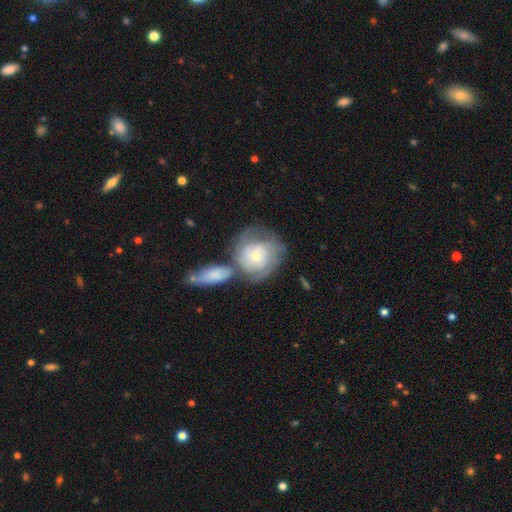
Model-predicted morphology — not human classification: smooth-or-featured: featured or disk: 67% | smooth: 27% | star or artifact: 6%
  disk-edge-on: no: 96% | yes: 4%
    bar: no: 67% | weak: 29% | strong: 5%
    has-spiral-arms: yes: 88% | no: 12%
      spiral-winding: tight: 61% | medium: 30% | loose: 10%
      spiral-arm-count: can't tell: 42% | 3: 20% | 2: 17% | 4: 11% | 1: 5% | more than 4: 5%
    bulge-size: small: 65% | moderate: 27% | large: 4% | none: 3% | dominant: 1%
  merging: none: 43% | merger: 31% | minor disturbance: 16% | major disturbance: 10%